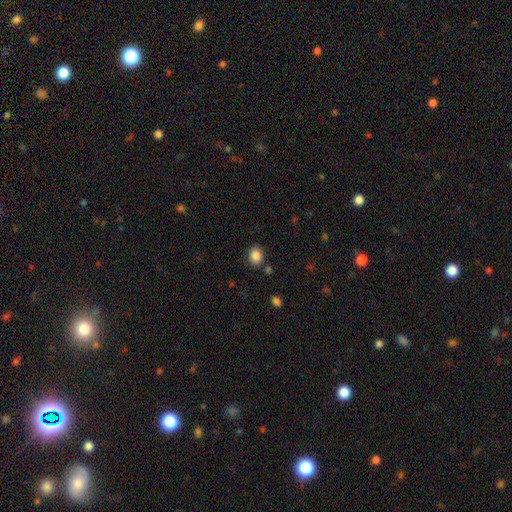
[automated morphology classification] This appears to be a smooth galaxy with no disk features (87%) that is round (61%). Merging: none (83%).